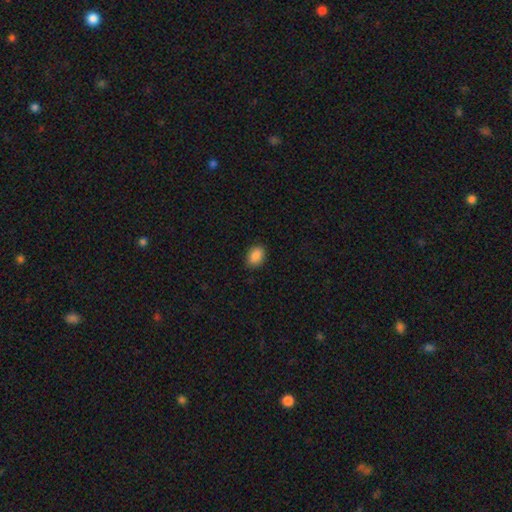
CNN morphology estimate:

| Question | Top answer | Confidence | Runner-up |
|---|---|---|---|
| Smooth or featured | smooth | 88% | star or artifact (8%) |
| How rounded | in between | 74% | round (25%) |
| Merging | none | 88% | minor disturbance (9%) |